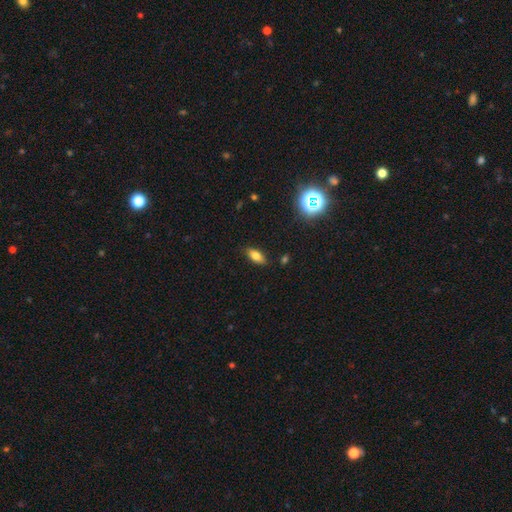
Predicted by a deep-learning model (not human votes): Smooth or featured?
  - smooth: 76% *
  - featured or disk: 13%
  - star or artifact: 11%
How rounded?
  - in between: 84% *
  - cigar-shaped: 12%
  - round: 4%
Merging?
  - none: 86% *
  - minor disturbance: 10%
  - major disturbance: 2%
  - merger: 2%